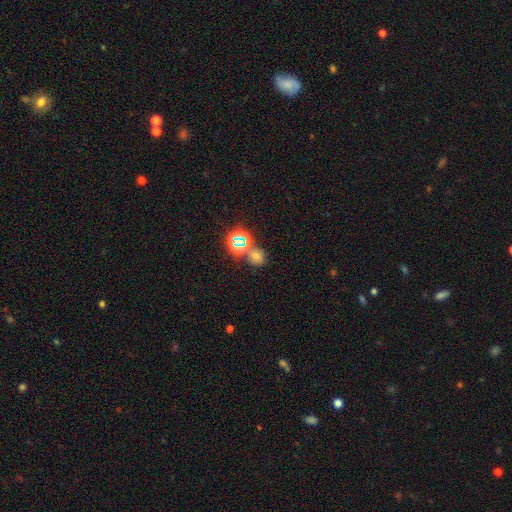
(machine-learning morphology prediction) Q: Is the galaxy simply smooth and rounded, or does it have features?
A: smooth — 49%.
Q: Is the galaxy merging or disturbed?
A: none — 65%.